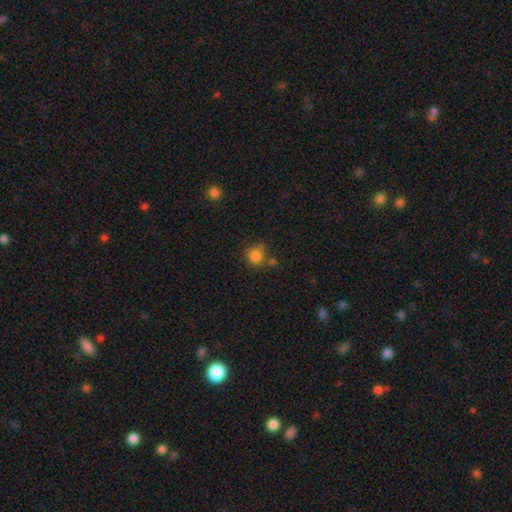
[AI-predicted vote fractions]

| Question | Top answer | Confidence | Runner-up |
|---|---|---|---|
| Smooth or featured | smooth | 83% | star or artifact (11%) |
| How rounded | round | 80% | in between (19%) |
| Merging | none | 64% | minor disturbance (19%) |